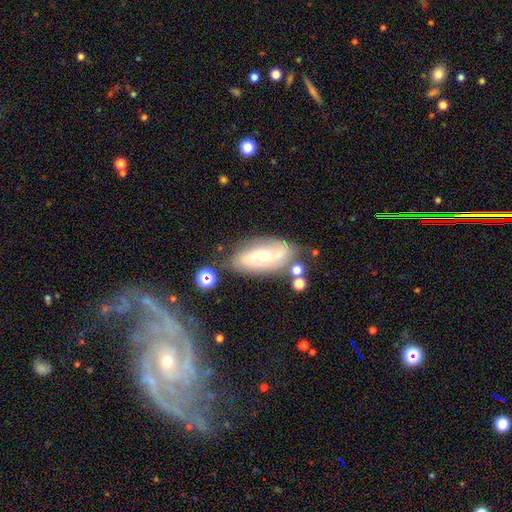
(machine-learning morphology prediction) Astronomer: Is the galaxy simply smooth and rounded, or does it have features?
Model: featured or disk — 68%.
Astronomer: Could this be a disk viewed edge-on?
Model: no — 89%.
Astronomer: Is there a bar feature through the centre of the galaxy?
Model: no — 47% (runner-up: weak, 34%).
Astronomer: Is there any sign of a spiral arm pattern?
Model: yes — 88%.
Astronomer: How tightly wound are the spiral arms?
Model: tight — 48% (runner-up: medium, 36%).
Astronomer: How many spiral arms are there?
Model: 2 — 57%.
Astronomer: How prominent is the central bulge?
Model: small — 57% (runner-up: moderate, 35%).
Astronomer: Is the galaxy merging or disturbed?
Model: none — 61%.